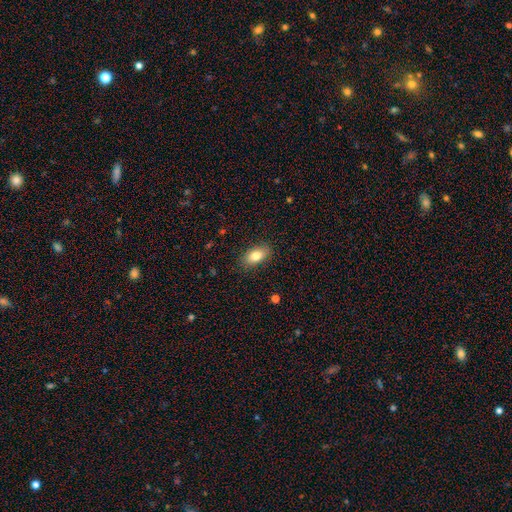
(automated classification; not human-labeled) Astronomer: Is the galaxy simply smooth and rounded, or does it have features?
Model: smooth — 81%.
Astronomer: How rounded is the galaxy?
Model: in between — 89%.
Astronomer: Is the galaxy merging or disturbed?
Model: none — 87%.